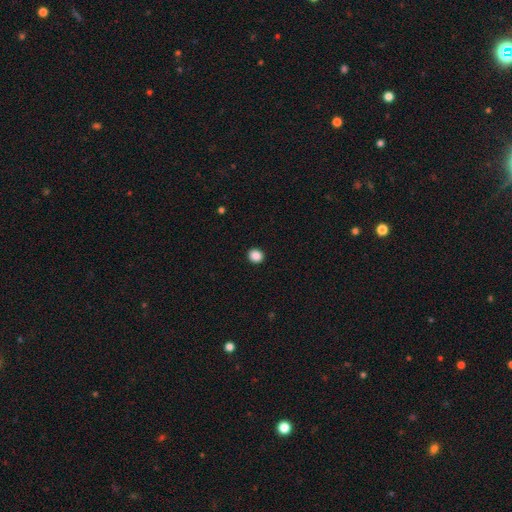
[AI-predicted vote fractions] A smooth galaxy with no disk features (88%) that is round (85%).

Vote fractions:
- Smooth or featured? smooth: 88% / star or artifact: 9% / featured or disk: 2%
- How rounded? round: 85% / in between: 14% / cigar-shaped: 1%
- Merging? none: 93% / minor disturbance: 4% / major disturbance: 2% / merger: 1%